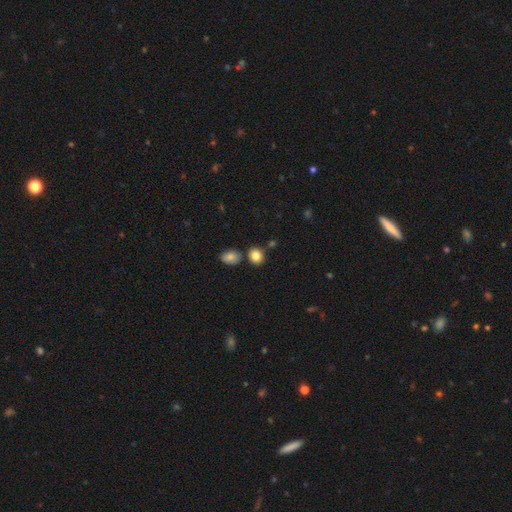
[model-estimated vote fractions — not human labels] A smooth galaxy with no disk features (84%) that is round (66%). Merging: none (73%).